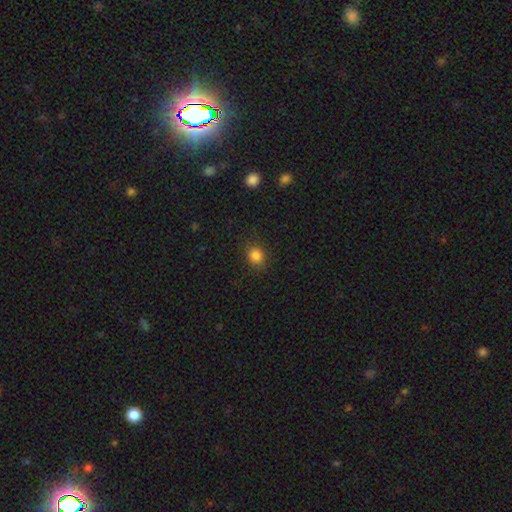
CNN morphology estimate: smooth 83%, star or artifact 12%, featured or disk 4%. Down the decision tree: how rounded — round (71%); merging — none (85%).